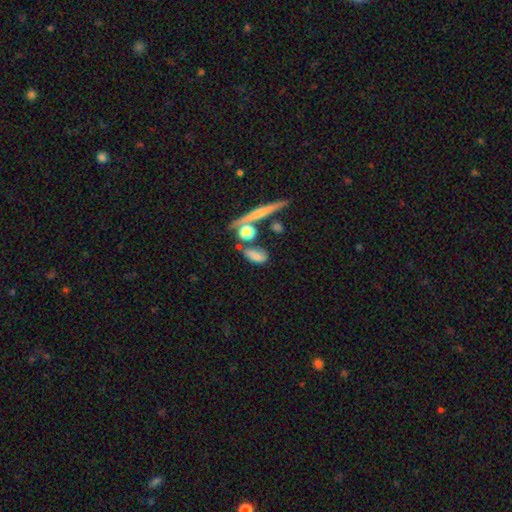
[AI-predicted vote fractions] smooth-or-featured: smooth: 69% | featured or disk: 21% | star or artifact: 10%
  how-rounded: in between: 71% | cigar-shaped: 16% | round: 12%
  merging: none: 54% | minor disturbance: 21% | merger: 16% | major disturbance: 9%